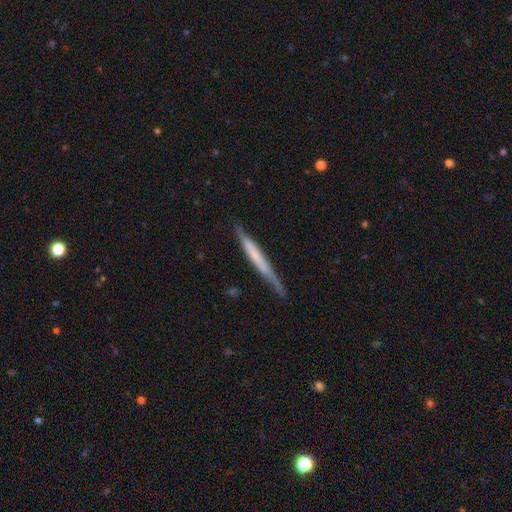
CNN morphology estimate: A featured or disk galaxy (52%) viewed edge-on (93%). Merging: none (74%).